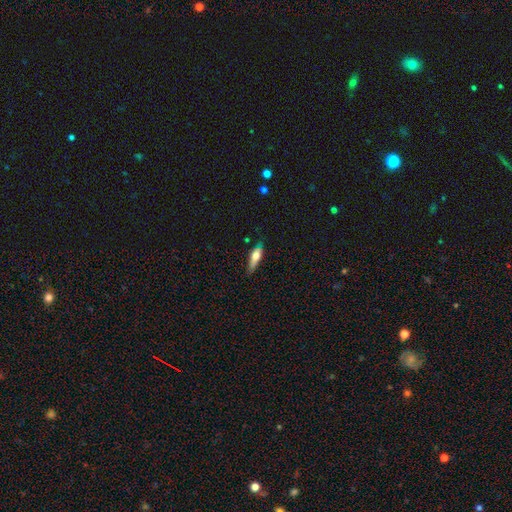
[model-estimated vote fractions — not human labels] Smooth or featured?
  - smooth: 56% *
  - featured or disk: 38%
  - star or artifact: 6%
How rounded?
  - cigar-shaped: 56% *
  - in between: 41%
  - round: 3%
Merging?
  - none: 69% *
  - minor disturbance: 23%
  - major disturbance: 5%
  - merger: 2%